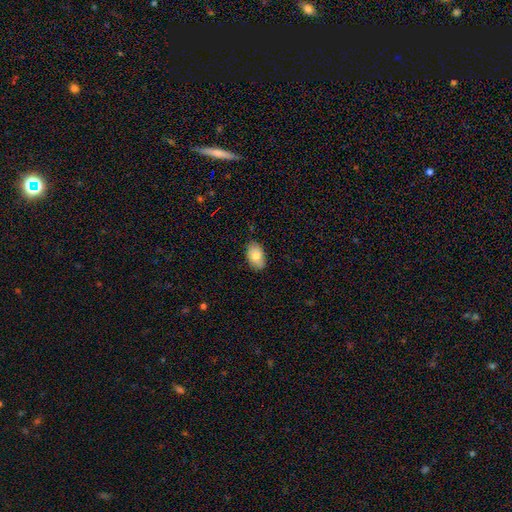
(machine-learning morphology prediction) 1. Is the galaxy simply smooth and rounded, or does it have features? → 81% smooth, 12% featured or disk, 7% star or artifact.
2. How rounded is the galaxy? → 92% in between, 6% round, 1% cigar-shaped.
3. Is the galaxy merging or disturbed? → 81% none, 15% minor disturbance, 2% major disturbance, 1% merger.